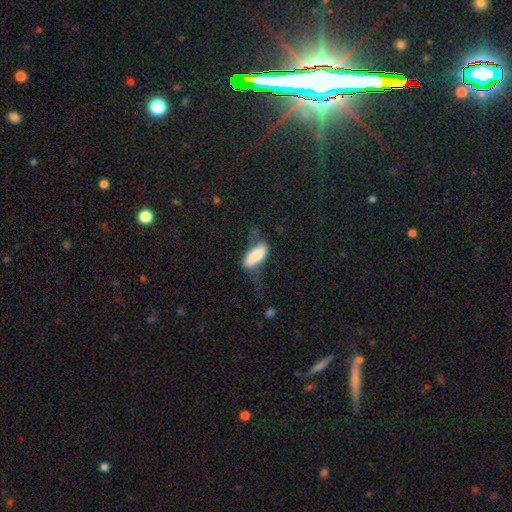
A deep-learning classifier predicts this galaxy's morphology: type=smooth (70%); roundness=in between (75%); merging=none (41%).